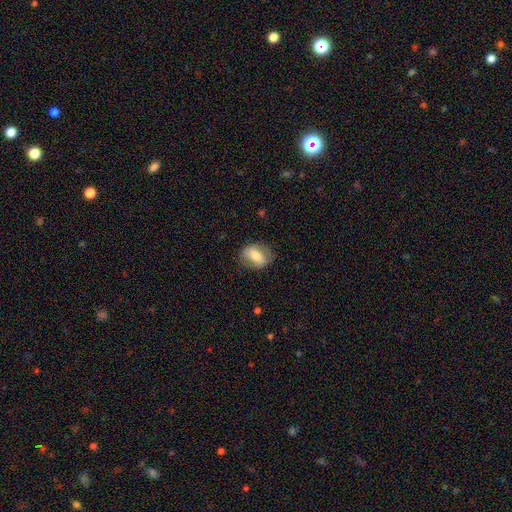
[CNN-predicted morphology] This is likely a smooth galaxy (65%). How rounded: likely in between (73%). Merging: likely none (75%).